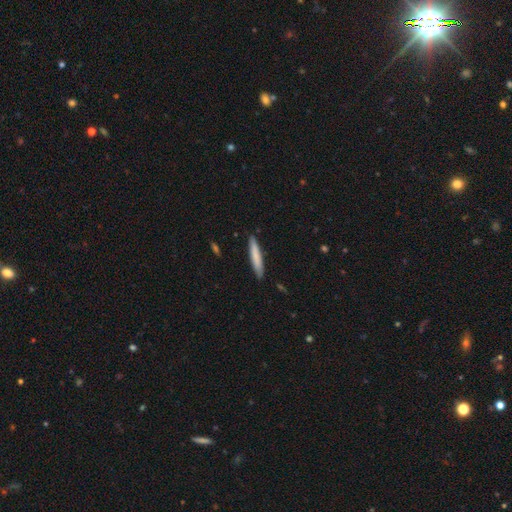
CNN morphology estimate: This appears to be a smooth galaxy with no disk features (78%) that is cigar-shaped (93%). Merging: none (89%).